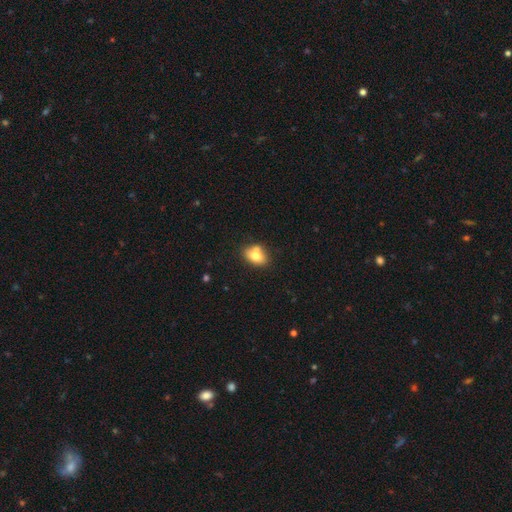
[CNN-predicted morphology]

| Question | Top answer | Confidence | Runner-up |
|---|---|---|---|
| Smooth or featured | smooth | 74% | featured or disk (17%) |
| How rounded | in between | 75% | round (24%) |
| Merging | none | 56% | merger (24%) |